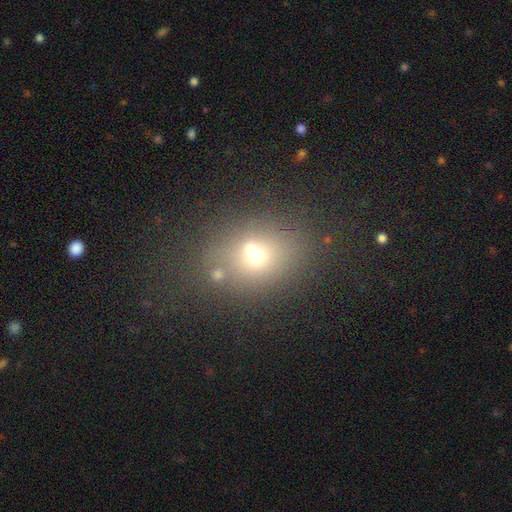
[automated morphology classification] This is possibly a smooth galaxy (59%). How rounded: possibly round (50%). Merging: possibly none (52%).